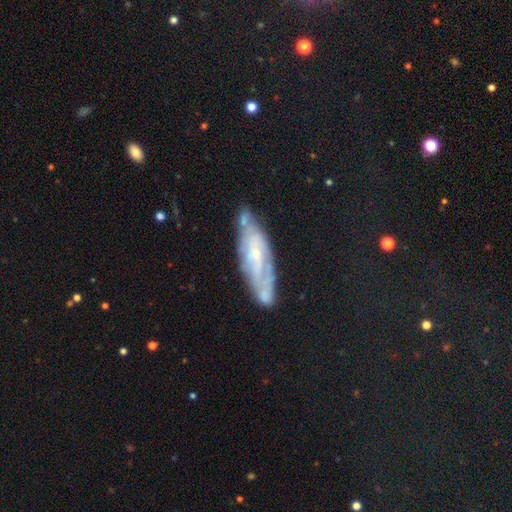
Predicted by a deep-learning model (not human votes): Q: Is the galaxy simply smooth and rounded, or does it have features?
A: featured or disk — 66%.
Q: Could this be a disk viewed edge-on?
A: no — 74%.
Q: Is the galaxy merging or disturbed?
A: none — 60%.